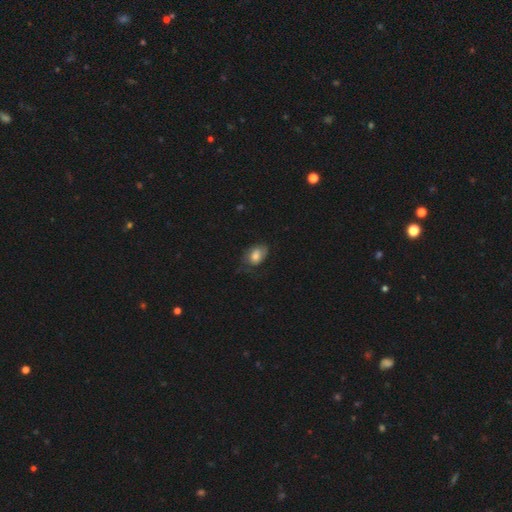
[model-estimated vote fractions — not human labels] Q: Smooth or featured?
A: smooth (69%); runner-up: featured or disk (23%)
Q: How rounded?
A: in between (81%); runner-up: round (17%)
Q: Merging?
A: none (51%); runner-up: minor disturbance (30%)